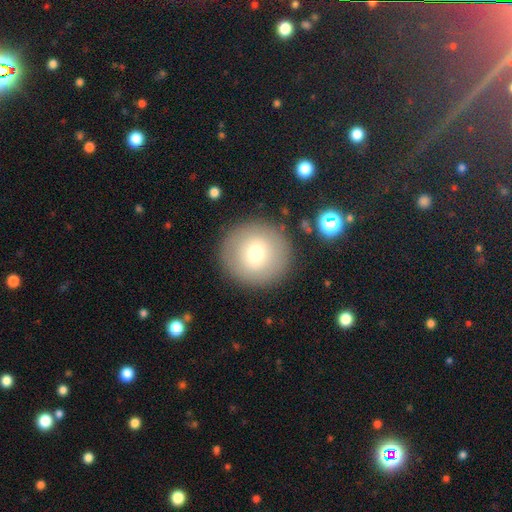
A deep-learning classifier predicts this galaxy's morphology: Q: Smooth or featured?
A: smooth (68%); runner-up: featured or disk (21%)
Q: How rounded?
A: round (94%); runner-up: in between (5%)
Q: Merging?
A: none (88%); runner-up: minor disturbance (7%)